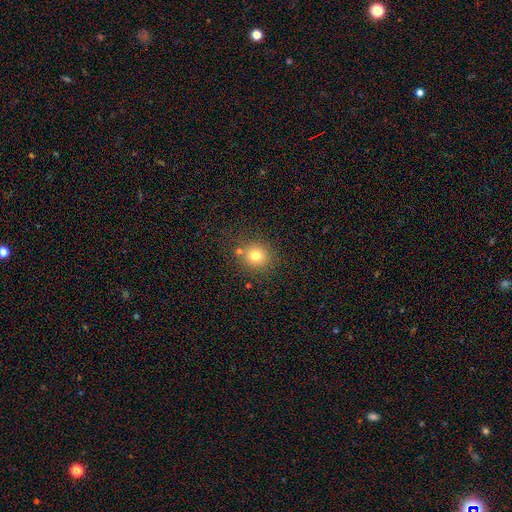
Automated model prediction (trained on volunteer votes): smooth_or_featured: smooth (p=0.76) [alt: star or artifact p=0.15]
how_rounded: round (p=0.89) [alt: in between p=0.10]
merging: none (p=0.79) [alt: minor disturbance p=0.09]